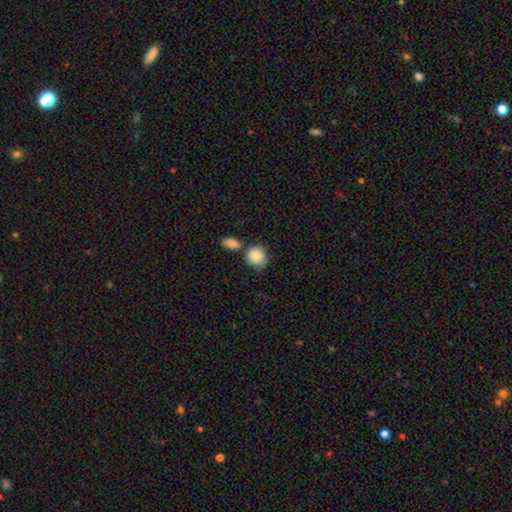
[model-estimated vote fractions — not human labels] This is clearly a smooth galaxy (88%). How rounded: likely round (78%). Merging: possibly none (57%).